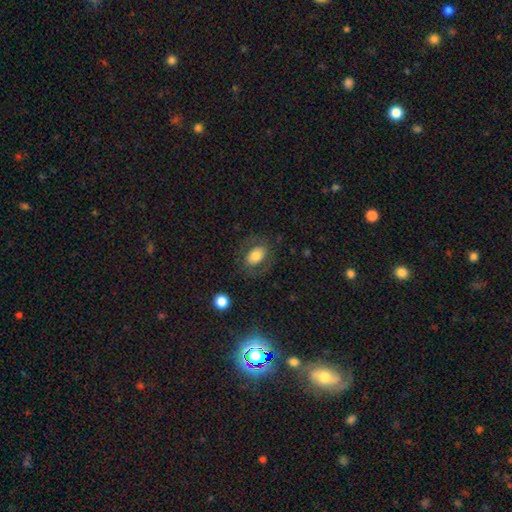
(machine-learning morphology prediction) Overall: smooth (61%; featured or disk 30%). How rounded: in between (79%). Merging: none (70%).